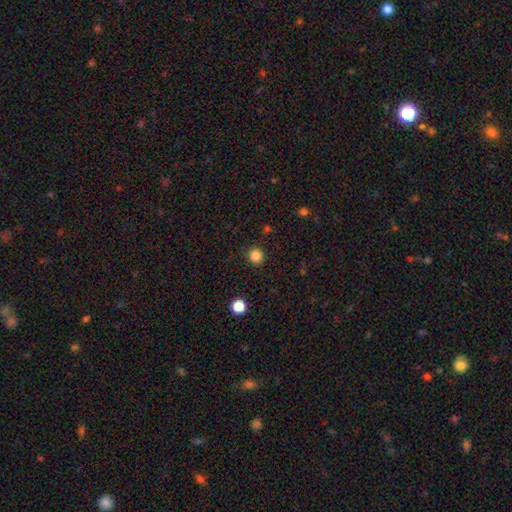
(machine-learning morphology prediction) smooth_or_featured: smooth (p=0.85) [alt: star or artifact p=0.12]
how_rounded: round (p=0.92) [alt: in between p=0.07]
merging: none (p=0.91) [alt: minor disturbance p=0.06]